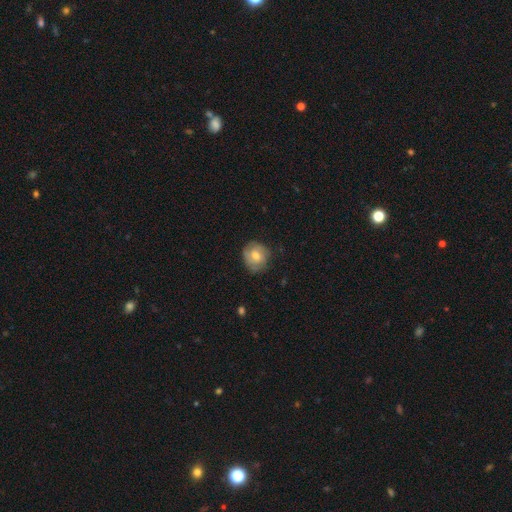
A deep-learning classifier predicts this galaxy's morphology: A smooth galaxy with no disk features (62%) that is round (81%). Merging: none (71%).